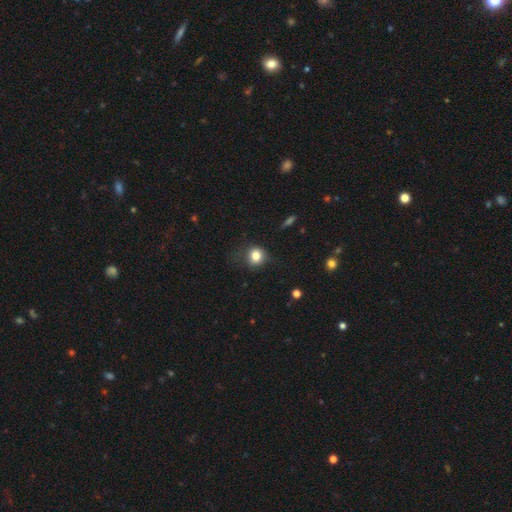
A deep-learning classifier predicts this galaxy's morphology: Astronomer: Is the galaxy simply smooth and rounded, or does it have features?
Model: smooth — 81%.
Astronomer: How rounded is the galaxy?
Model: round — 78%.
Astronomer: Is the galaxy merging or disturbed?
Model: none — 67%.